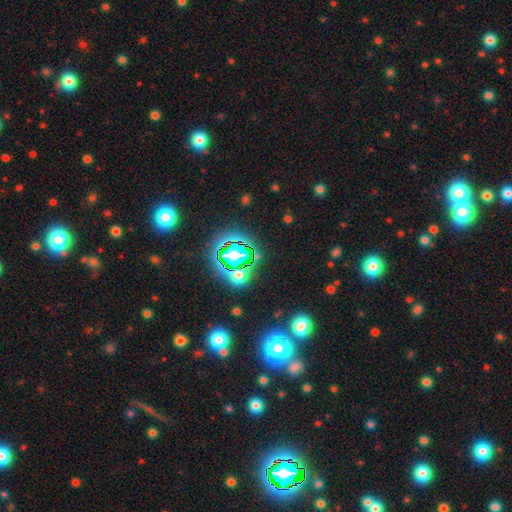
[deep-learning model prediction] Morphology: type=star or artifact (70%).